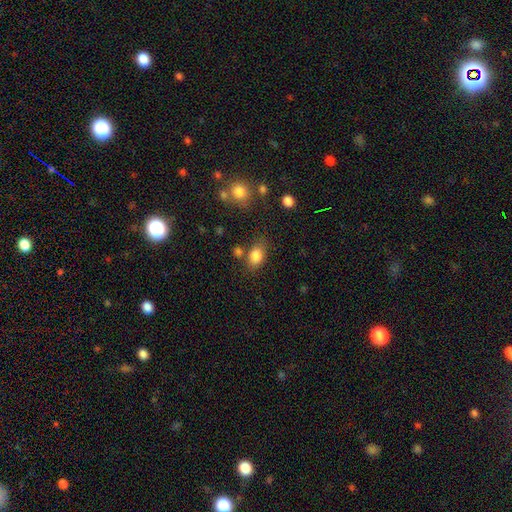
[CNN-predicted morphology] A smooth galaxy with no disk features (83%) that is in between round and cigar-shaped (76%).

Vote fractions:
- Smooth or featured? smooth: 83% / star or artifact: 10% / featured or disk: 7%
- How rounded? in between: 76% / round: 22% / cigar-shaped: 2%
- Merging? none: 67% / minor disturbance: 17% / merger: 11% / major disturbance: 5%